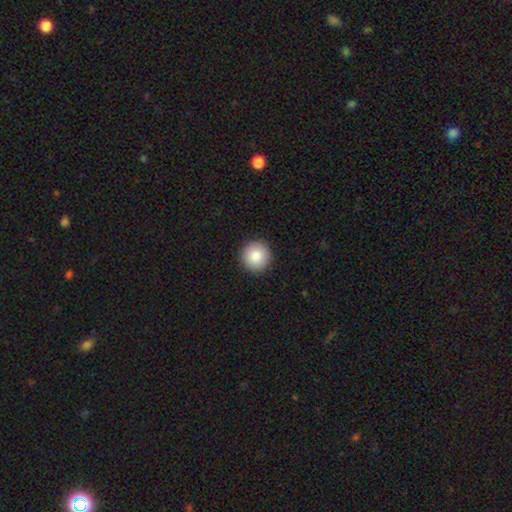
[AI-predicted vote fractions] Smooth or featured: smooth — 84% (star or artifact — 8%)
How rounded: round — 95% (in between — 4%)
Merging: none — 92% (minor disturbance — 5%)